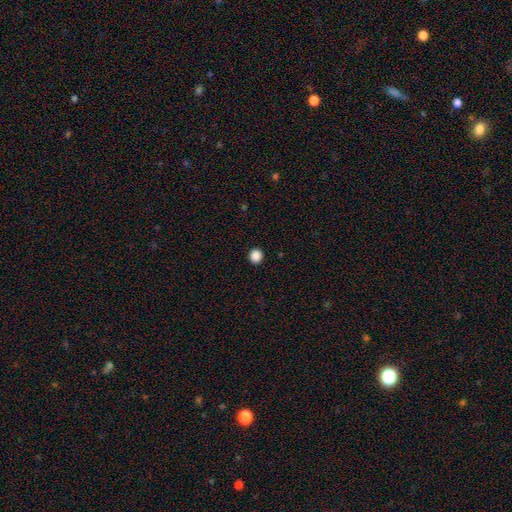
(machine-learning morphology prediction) A smooth galaxy with no disk features (87%) that is round (93%). Merging: none (93%).